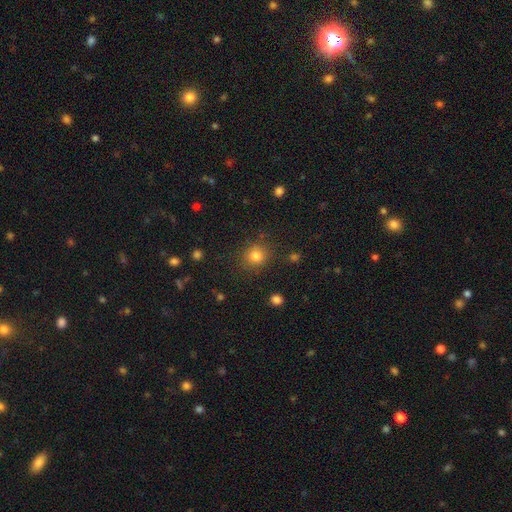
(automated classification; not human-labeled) Morphology: type=smooth (82%); roundness=round (87%); merging=none (85%).